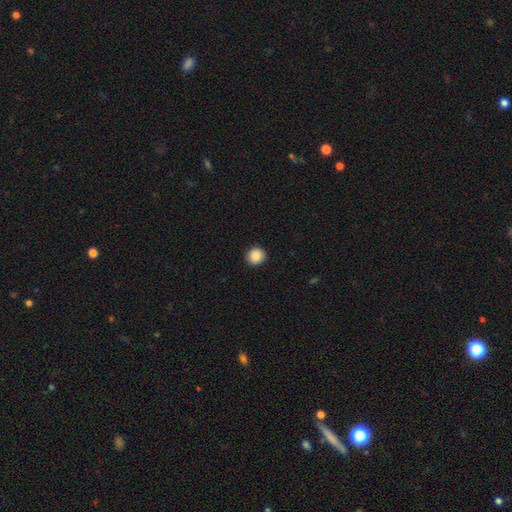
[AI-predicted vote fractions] Smooth or featured: smooth — 88% (star or artifact — 9%)
How rounded: round — 93% (in between — 6%)
Merging: none — 93% (minor disturbance — 5%)